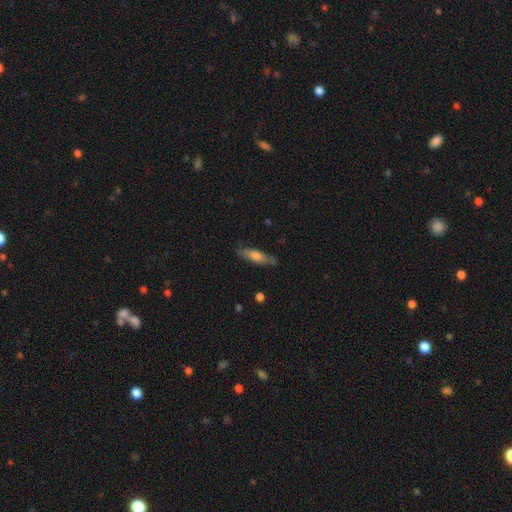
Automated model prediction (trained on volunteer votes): This is possibly a smooth galaxy (51%). How rounded: likely cigar-shaped (78%). Merging: clearly none (83%).